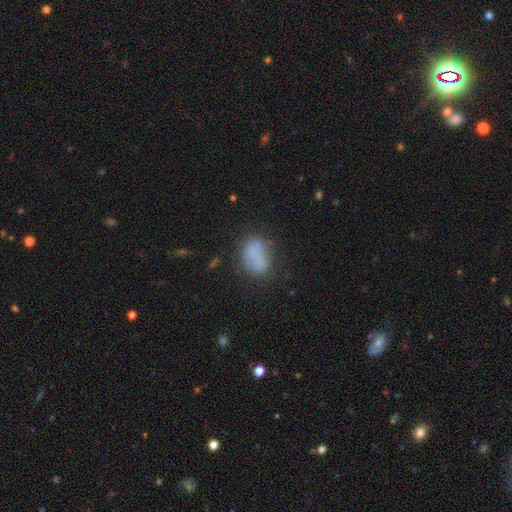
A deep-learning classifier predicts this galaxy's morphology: A smooth galaxy with no disk features (71%) that is in between round and cigar-shaped (78%). Merging: none (54%).